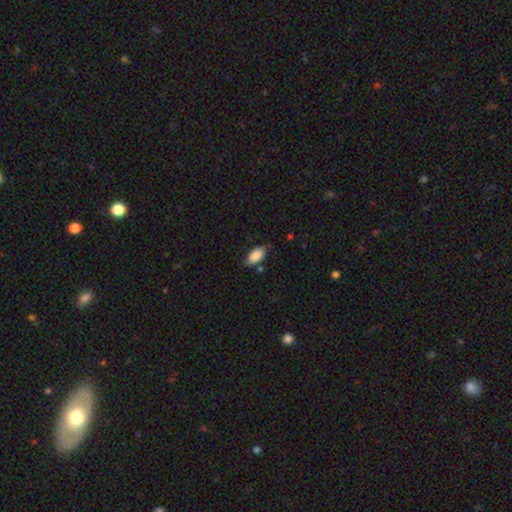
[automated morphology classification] Smooth or featured? Predicted: smooth (p=0.87). How rounded? Predicted: in between (p=0.93). Merging? Predicted: none (p=0.75).